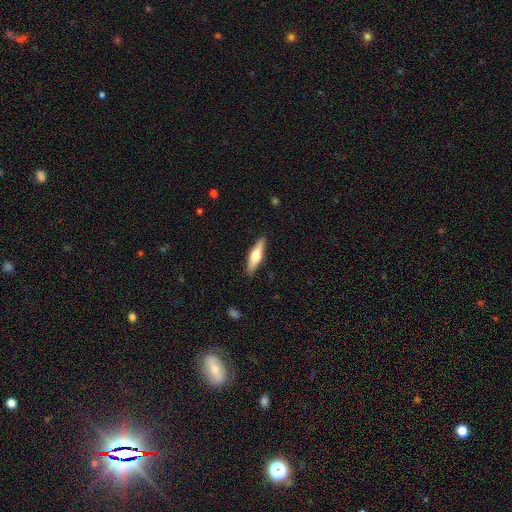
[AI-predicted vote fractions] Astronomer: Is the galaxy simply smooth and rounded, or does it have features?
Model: featured or disk — 51% (runner-up: smooth, 44%).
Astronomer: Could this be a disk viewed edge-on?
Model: yes — 94%.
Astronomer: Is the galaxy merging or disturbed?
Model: none — 90%.